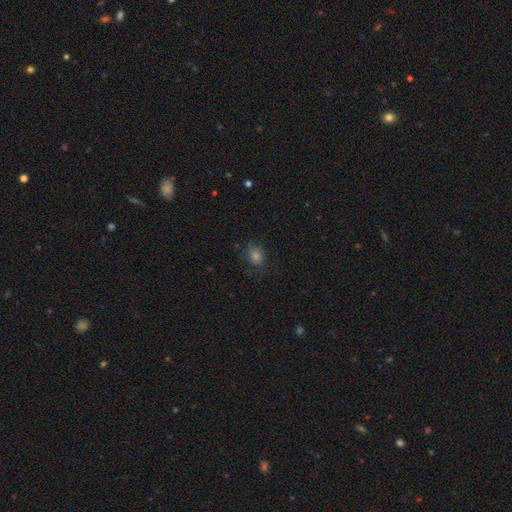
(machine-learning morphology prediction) This appears to be a smooth galaxy with no disk features (60%) that is round (59%). Merging: none (70%).